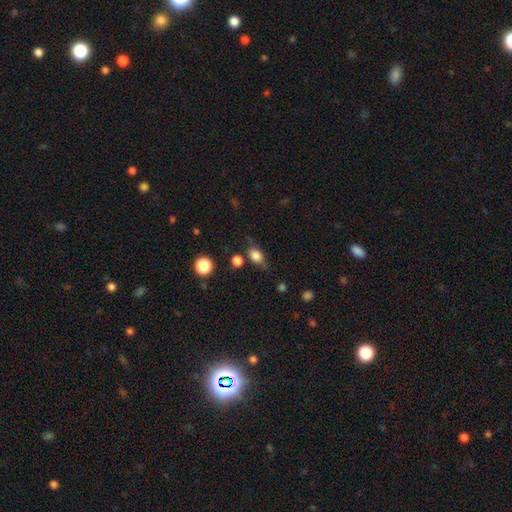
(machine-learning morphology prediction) Q: Smooth or featured?
A: smooth (80%); runner-up: star or artifact (11%)
Q: How rounded?
A: in between (62%); runner-up: round (34%)
Q: Merging?
A: none (63%); runner-up: minor disturbance (24%)